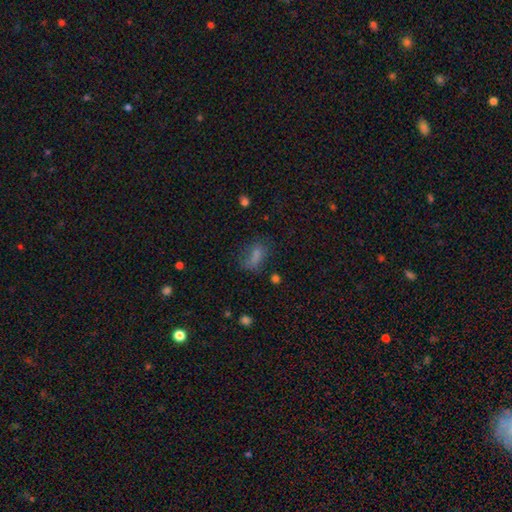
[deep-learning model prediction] This is likely a smooth galaxy (71%). How rounded: clearly in between (80%). Merging: marginally none (45%).